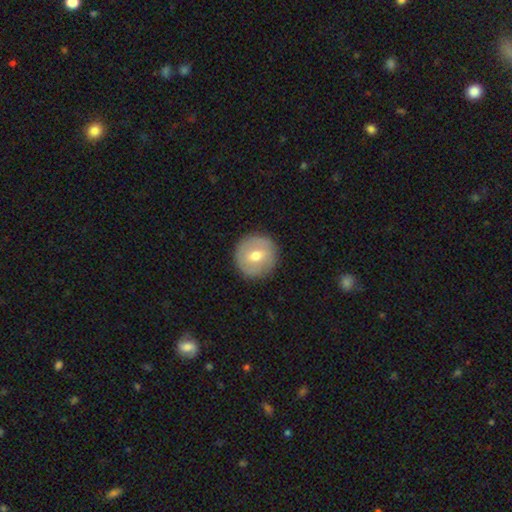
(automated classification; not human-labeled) A smooth galaxy with no disk features (57%) that is round (94%). Merging: none (89%).